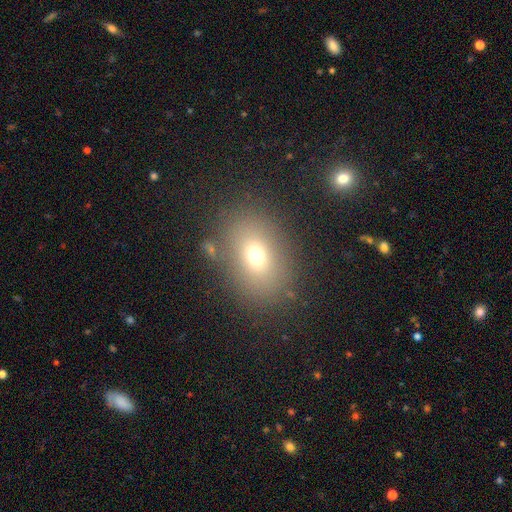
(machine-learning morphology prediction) A smooth galaxy with no disk features (69%) that is in between round and cigar-shaped (71%). Merging: none (79%).